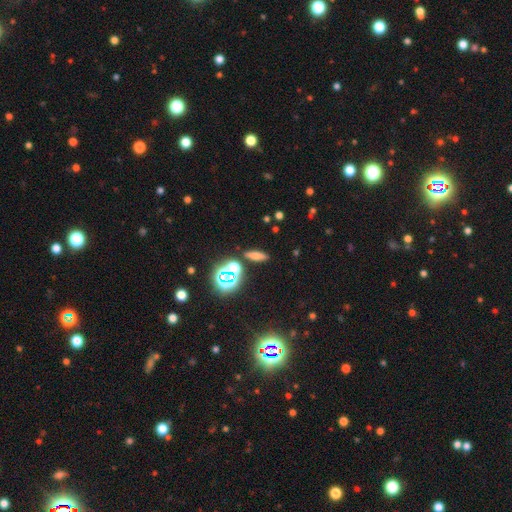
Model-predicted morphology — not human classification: Smooth or featured? Predicted: smooth (p=0.56). How rounded? Predicted: cigar-shaped (p=0.50). Merging? Predicted: none (p=0.85).